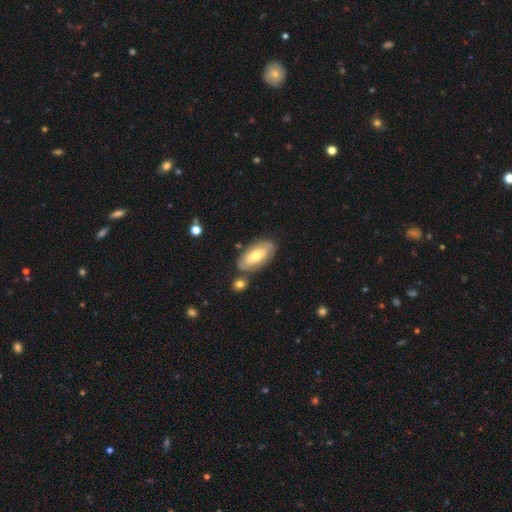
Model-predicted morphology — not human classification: The model was most divided on "smooth or featured": smooth: 51%, featured or disk: 43%, star or artifact: 6%. More confident: how rounded — in between (90%); merging — none (74%).